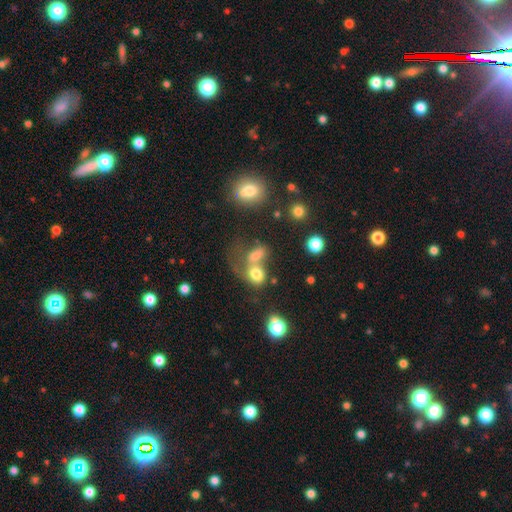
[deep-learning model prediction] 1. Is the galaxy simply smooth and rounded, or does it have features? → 69% smooth, 16% star or artifact, 15% featured or disk.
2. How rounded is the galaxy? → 64% in between, 31% round, 4% cigar-shaped.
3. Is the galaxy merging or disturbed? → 54% merger, 24% none, 13% major disturbance, 10% minor disturbance.